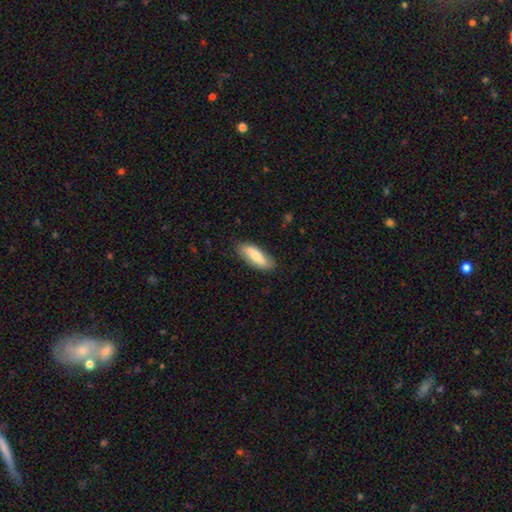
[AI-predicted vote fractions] A smooth galaxy with no disk features (74%) that is in between round and cigar-shaped (67%).

Vote fractions:
- Smooth or featured? smooth: 74% / featured or disk: 21% / star or artifact: 6%
- How rounded? in between: 67% / cigar-shaped: 30% / round: 2%
- Merging? none: 83% / minor disturbance: 13% / major disturbance: 3% / merger: 1%